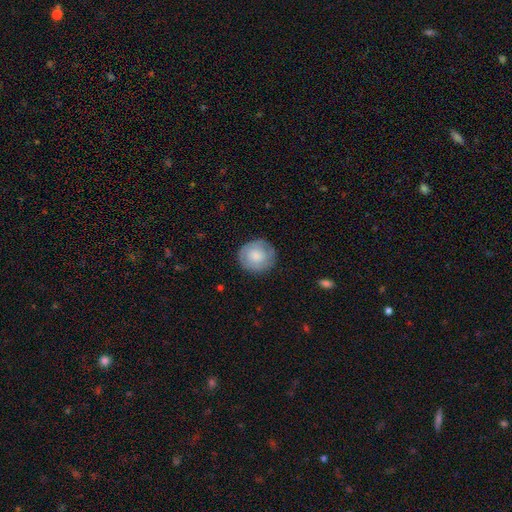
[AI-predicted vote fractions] This appears to be a smooth galaxy with no disk features (68%) that is round (92%). Merging: none (84%).